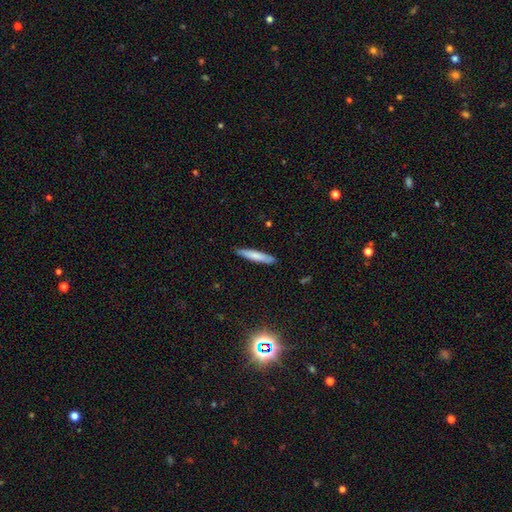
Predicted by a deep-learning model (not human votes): Smooth or featured: smooth — 75% (featured or disk — 20%)
How rounded: cigar-shaped — 90% (in between — 9%)
Merging: none — 85% (minor disturbance — 12%)